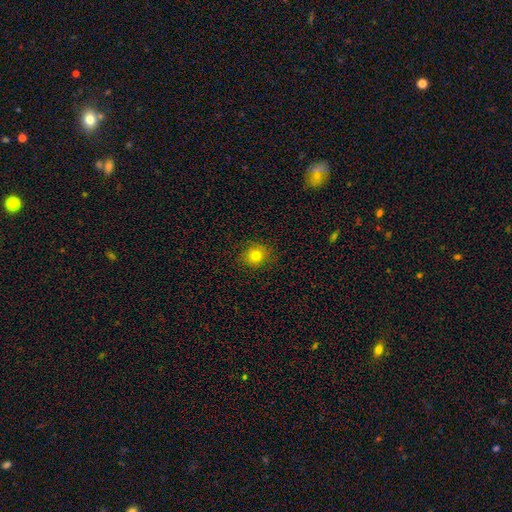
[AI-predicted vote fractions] A smooth galaxy with no disk features (78%) that is round (83%).

Vote fractions:
- Smooth or featured? smooth: 78% / star or artifact: 14% / featured or disk: 8%
- How rounded? round: 83% / in between: 16% / cigar-shaped: 1%
- Merging? none: 86% / minor disturbance: 10% / major disturbance: 3% / merger: 1%